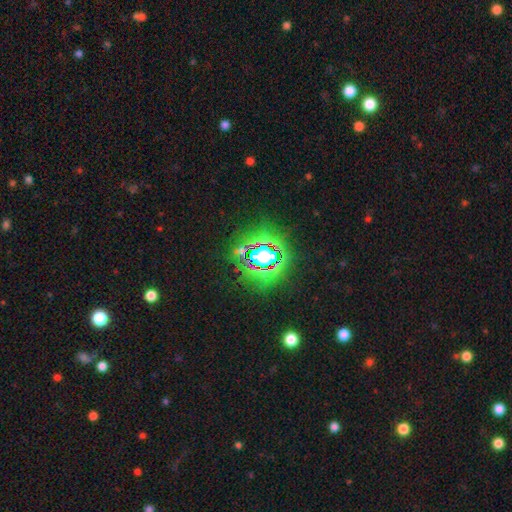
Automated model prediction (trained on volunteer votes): star or artifact 85%, smooth 9%, featured or disk 6%.